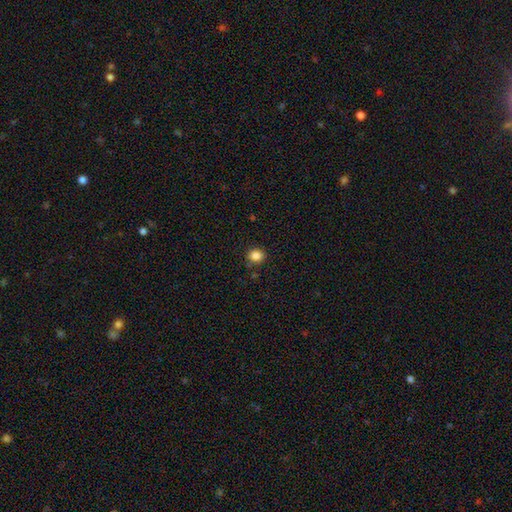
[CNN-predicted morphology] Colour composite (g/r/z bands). It shows a smooth galaxy with no disk features (85%) that is round (73%). Merging: none (86%).